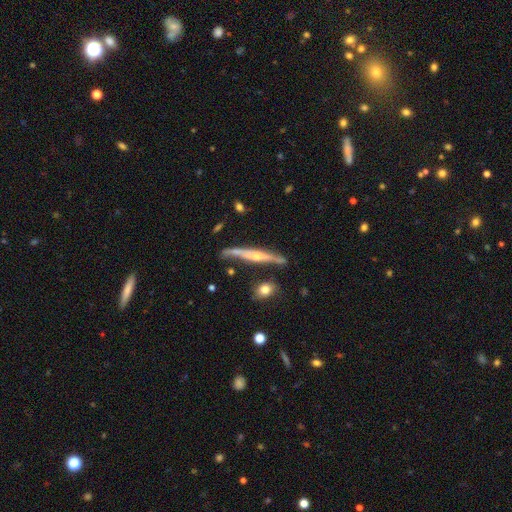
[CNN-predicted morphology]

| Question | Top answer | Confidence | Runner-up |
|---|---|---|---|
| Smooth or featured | featured or disk | 74% | smooth (20%) |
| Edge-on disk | yes | 95% | no (5%) |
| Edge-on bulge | rounded | 70% | none (21%) |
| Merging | none | 74% | minor disturbance (17%) |